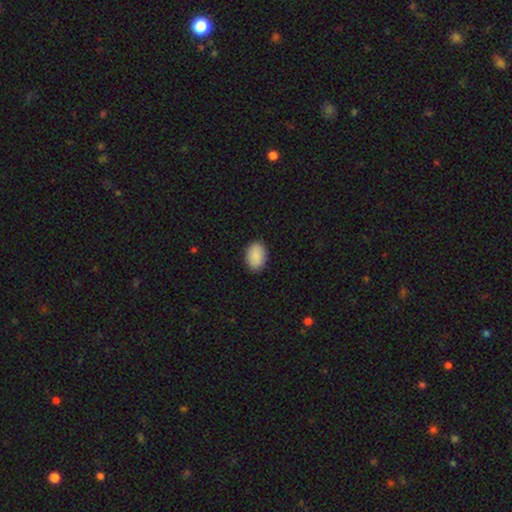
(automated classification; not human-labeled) This is clearly a smooth galaxy (90%). How rounded: clearly in between (86%). Merging: clearly none (89%).